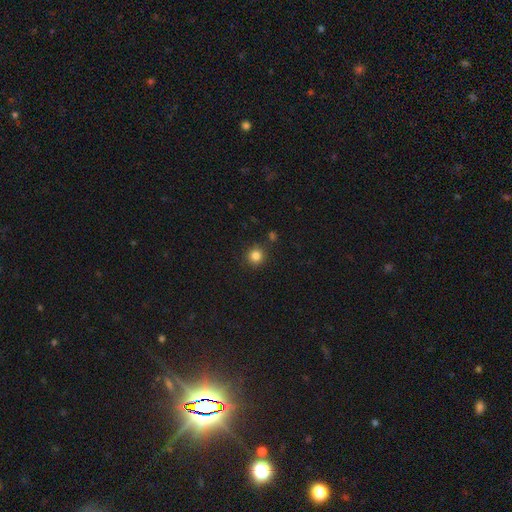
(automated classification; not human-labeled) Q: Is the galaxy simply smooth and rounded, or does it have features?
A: smooth — 84%.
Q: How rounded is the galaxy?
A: round — 93%.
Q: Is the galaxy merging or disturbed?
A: none — 86%.